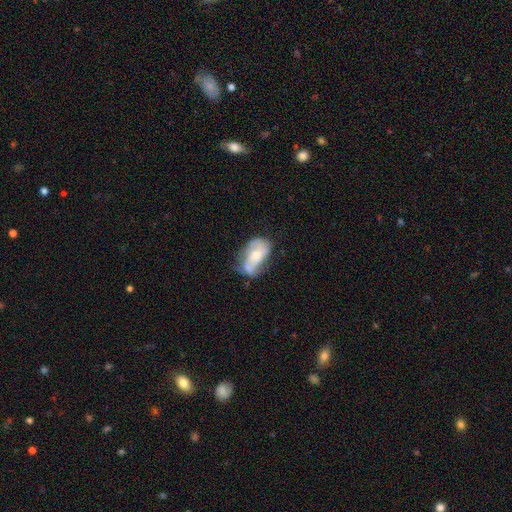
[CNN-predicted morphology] A featured or disk galaxy (54%) with no bar (69%), spiral arms (58%) and a moderate central bulge (53%).

Vote fractions:
- Smooth or featured? featured or disk: 54% / smooth: 39% / star or artifact: 7%
- Edge-on disk? no: 95% / yes: 5%
- Bar? no: 69% / weak: 24% / strong: 7%
- Spiral arms? yes: 58% / no: 42%
- Bulge size? moderate: 53% / small: 36% / large: 6% / none: 5% / dominant: 1%
- Merging? none: 36% / minor disturbance: 33% / major disturbance: 21% / merger: 11%